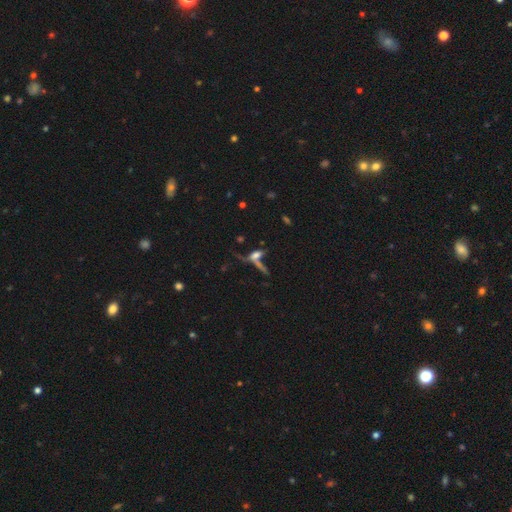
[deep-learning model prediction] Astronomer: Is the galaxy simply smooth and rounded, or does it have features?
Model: featured or disk — 45% (runner-up: smooth, 36%).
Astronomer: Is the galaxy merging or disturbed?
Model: none — 43% (runner-up: merger, 31%).